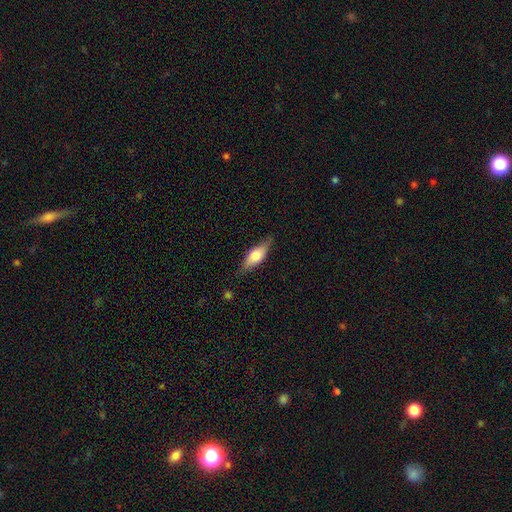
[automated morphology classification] This appears to be a smooth galaxy with no disk features (58%) that is in between round and cigar-shaped (65%). Merging: none (78%).